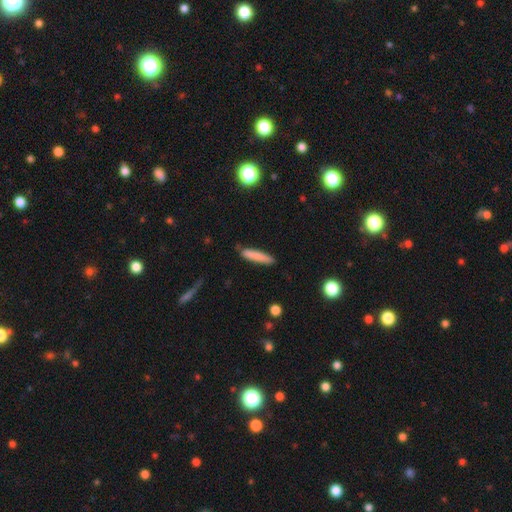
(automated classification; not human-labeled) Overall: smooth (82%). How rounded: cigar-shaped (89%). Merging: none (82%).